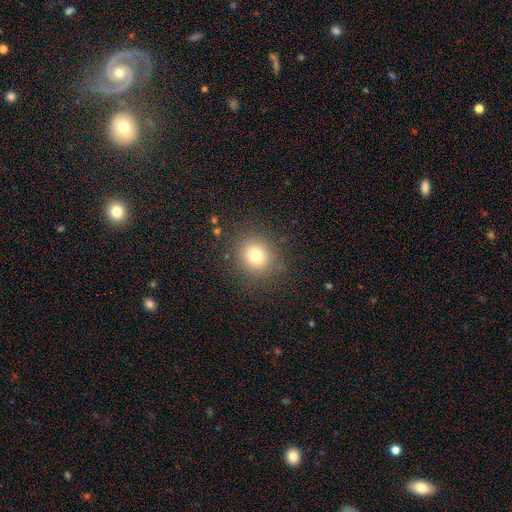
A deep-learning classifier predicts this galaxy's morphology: Smooth or featured: smooth — 75% (star or artifact — 15%)
How rounded: round — 84% (in between — 15%)
Merging: none — 87% (minor disturbance — 8%)